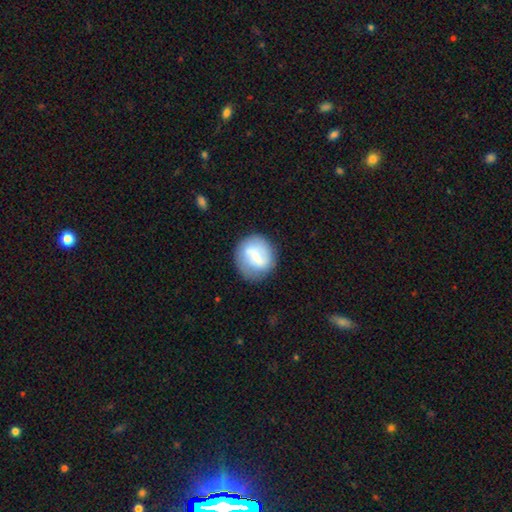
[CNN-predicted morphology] This appears to be a smooth galaxy with no disk features (60%) that is round (77%). Merging: none (71%).